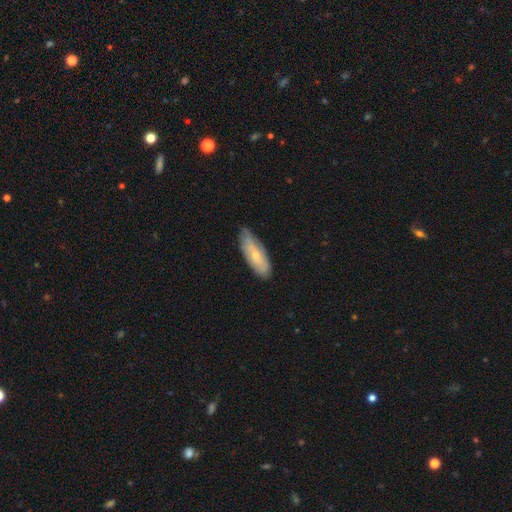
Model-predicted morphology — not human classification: This is possibly a smooth galaxy (55%). How rounded: likely in between (67%). Merging: likely none (70%).